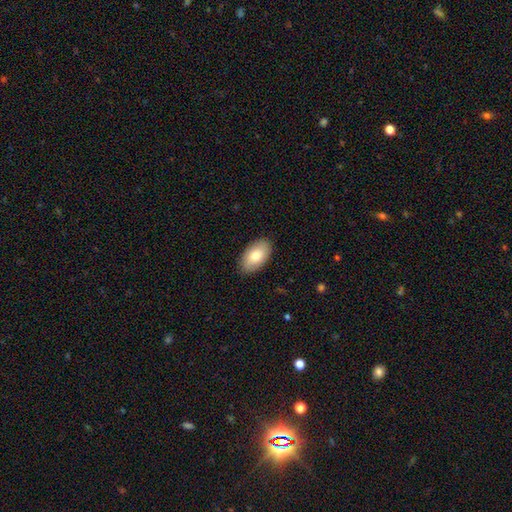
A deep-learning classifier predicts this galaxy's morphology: A smooth galaxy with no disk features (79%) that is in between round and cigar-shaped (95%).

Vote fractions:
- Smooth or featured? smooth: 79% / featured or disk: 15% / star or artifact: 6%
- How rounded? in between: 95% / round: 4% / cigar-shaped: 2%
- Merging? none: 88% / minor disturbance: 9% / major disturbance: 2% / merger: 1%